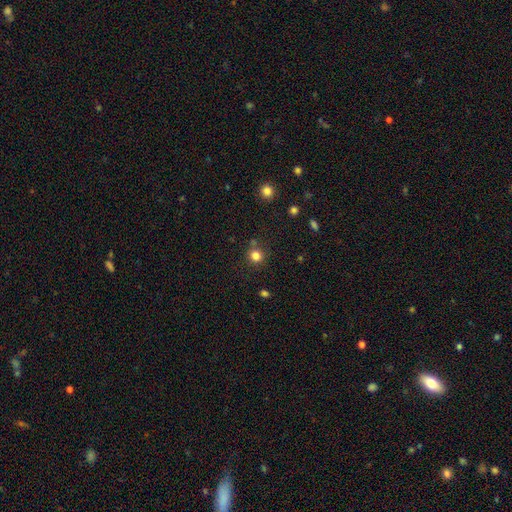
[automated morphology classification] This appears to be a smooth galaxy with no disk features (81%) that is round (91%). Merging: none (78%).